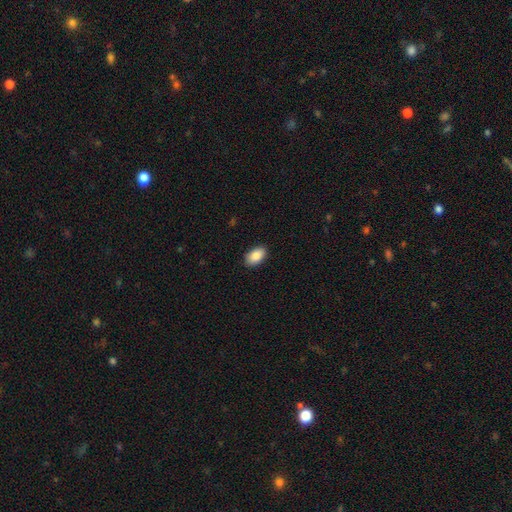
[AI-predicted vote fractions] Smooth or featured? smooth (88%)
How rounded? in between (93%)
Merging? none (89%)